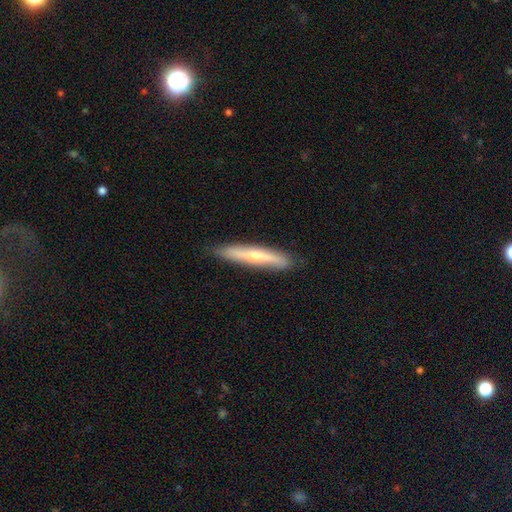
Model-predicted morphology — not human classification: Smooth or featured?
  - featured or disk: 51% *
  - smooth: 44%
  - star or artifact: 6%
Edge-on disk?
  - yes: 82% *
  - no: 18%
Merging?
  - none: 85% *
  - minor disturbance: 12%
  - major disturbance: 2%
  - merger: 1%